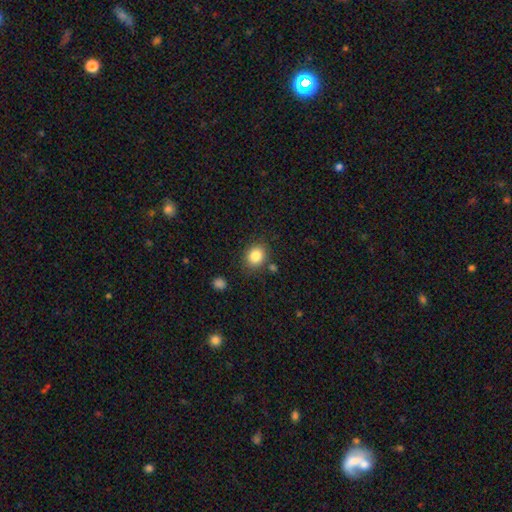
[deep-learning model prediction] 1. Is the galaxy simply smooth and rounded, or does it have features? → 84% smooth, 10% star or artifact, 6% featured or disk.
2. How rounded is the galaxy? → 60% round, 39% in between, 1% cigar-shaped.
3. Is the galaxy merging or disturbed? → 82% none, 11% minor disturbance, 4% merger, 3% major disturbance.